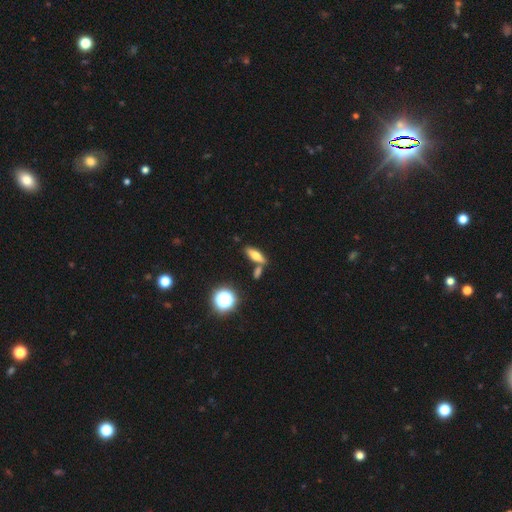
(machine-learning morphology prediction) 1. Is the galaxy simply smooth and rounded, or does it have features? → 61% smooth, 27% featured or disk, 12% star or artifact.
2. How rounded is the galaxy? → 55% in between, 38% cigar-shaped, 7% round.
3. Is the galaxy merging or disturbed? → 69% none, 17% merger, 11% minor disturbance, 3% major disturbance.